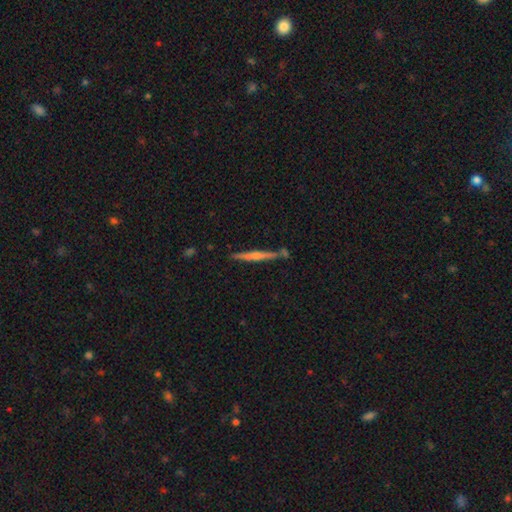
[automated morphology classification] smooth-or-featured: featured or disk: 60% | smooth: 34% | star or artifact: 6%
  disk-edge-on: yes: 97% | no: 3%
    edge-on-bulge: rounded: 60% | none: 27% | boxy: 12%
  merging: none: 79% | minor disturbance: 11% | merger: 7% | major disturbance: 2%